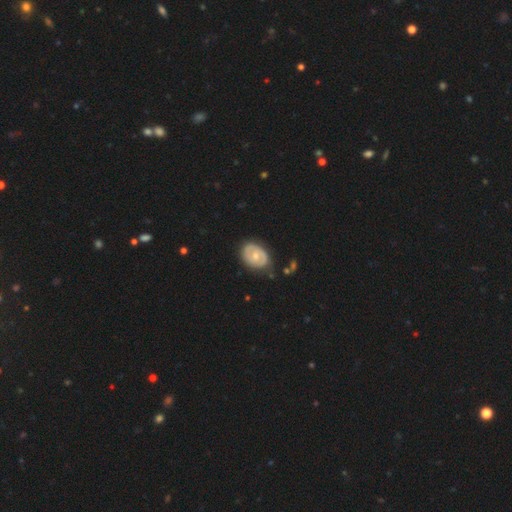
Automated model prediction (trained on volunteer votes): Overall: featured or disk (57%; smooth 38%). Edge-on disk: no (96%). Bar: no (72%). Spiral arms: no (50%, tied with yes). Bulge size: moderate (60%; small 35%). Merging: none (71%).